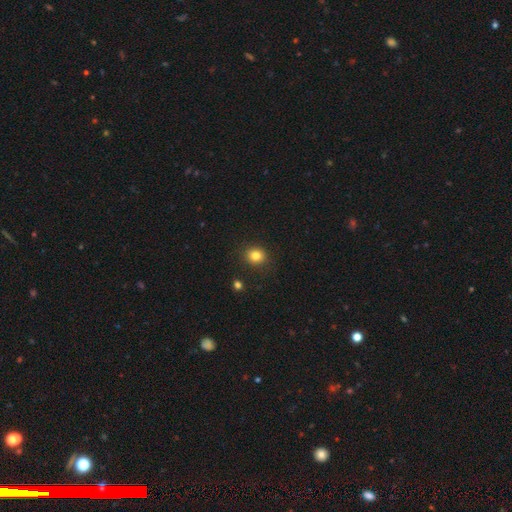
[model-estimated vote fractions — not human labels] Smooth or featured? smooth (82%)
How rounded? round (76%)
Merging? none (89%)